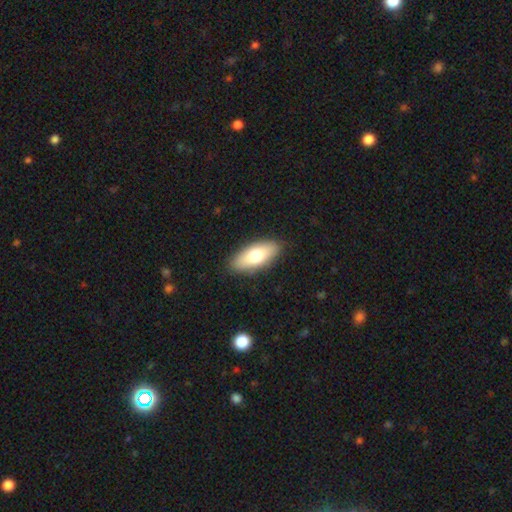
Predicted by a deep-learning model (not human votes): A smooth galaxy with no disk features (73%) that is in between round and cigar-shaped (81%). Merging: none (88%).